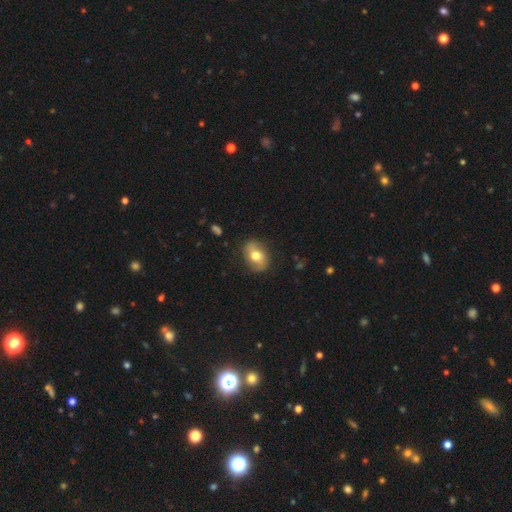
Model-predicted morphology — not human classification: The model was most divided on "smooth or featured": smooth: 53%, featured or disk: 40%, star or artifact: 7%. More confident: merging — none (80%); how rounded — in between (75%).